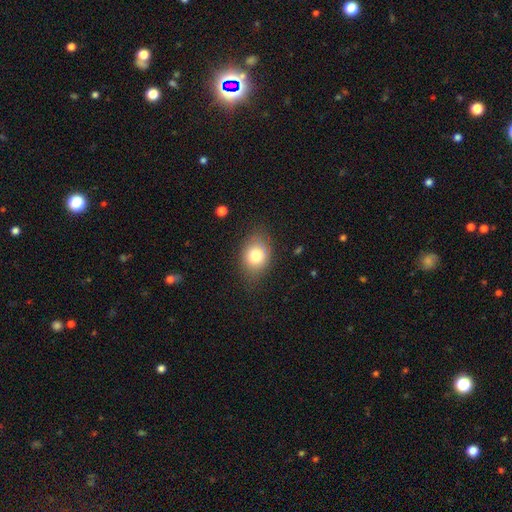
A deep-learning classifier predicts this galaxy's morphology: smooth 77%, featured or disk 13%, star or artifact 9%. Down the decision tree: how rounded — in between (63%); merging — none (74%).